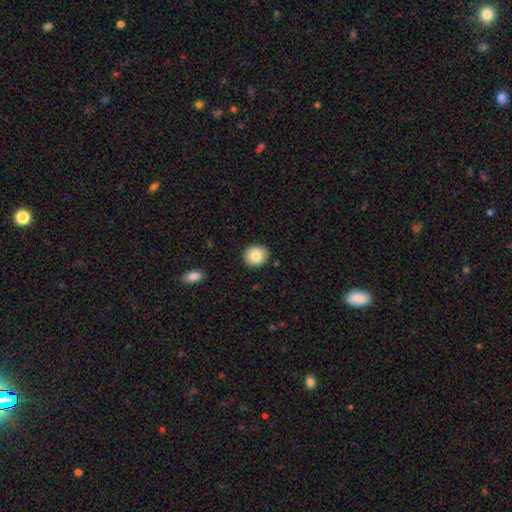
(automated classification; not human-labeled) Q: Smooth or featured?
A: smooth (84%); runner-up: star or artifact (8%)
Q: How rounded?
A: round (86%); runner-up: in between (13%)
Q: Merging?
A: none (91%); runner-up: minor disturbance (6%)